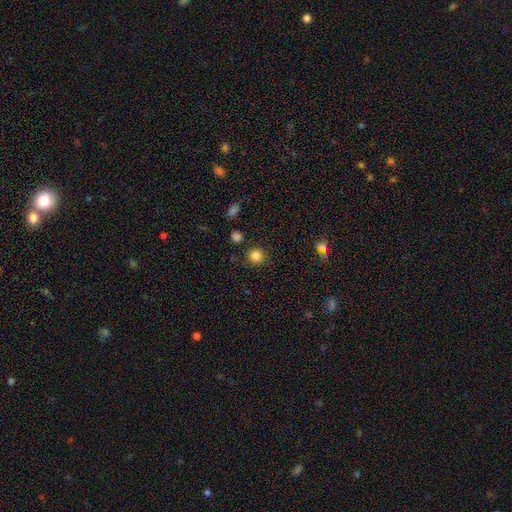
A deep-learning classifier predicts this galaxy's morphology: Smooth or featured? smooth (84%)
How rounded? round (94%)
Merging? none (89%)